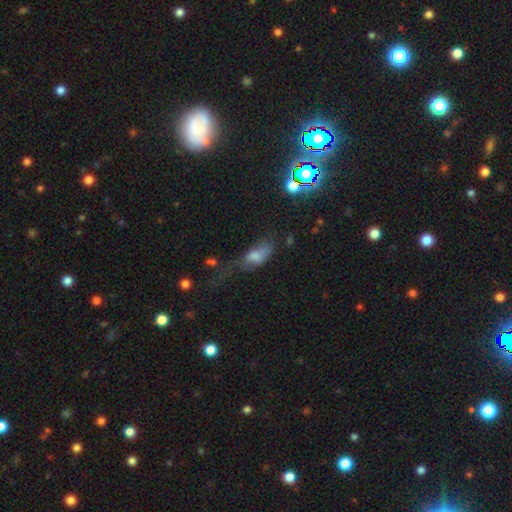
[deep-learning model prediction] A smooth galaxy with no disk features (61%) that is in between round and cigar-shaped (77%).

Vote fractions:
- Smooth or featured? smooth: 61% / featured or disk: 23% / star or artifact: 16%
- How rounded? in between: 77% / cigar-shaped: 16% / round: 7%
- Merging? major disturbance: 48% / minor disturbance: 23% / none: 22% / merger: 8%